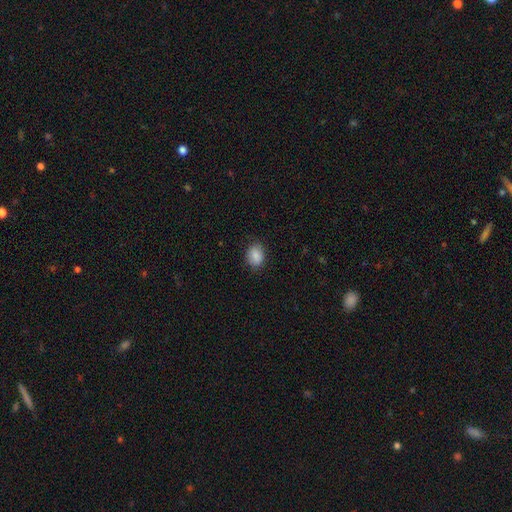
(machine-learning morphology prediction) smooth-or-featured: smooth: 87% | star or artifact: 8% | featured or disk: 5%
  how-rounded: in between: 64% | round: 35% | cigar-shaped: 1%
  merging: none: 81% | minor disturbance: 14% | major disturbance: 3% | merger: 1%